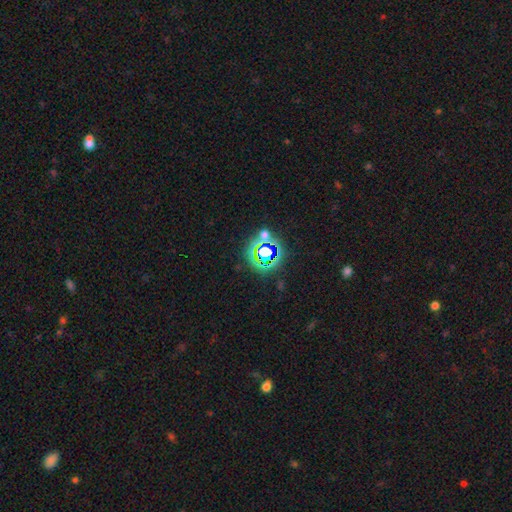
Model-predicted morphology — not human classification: Q: Smooth or featured?
A: star or artifact (73%); runner-up: smooth (18%)